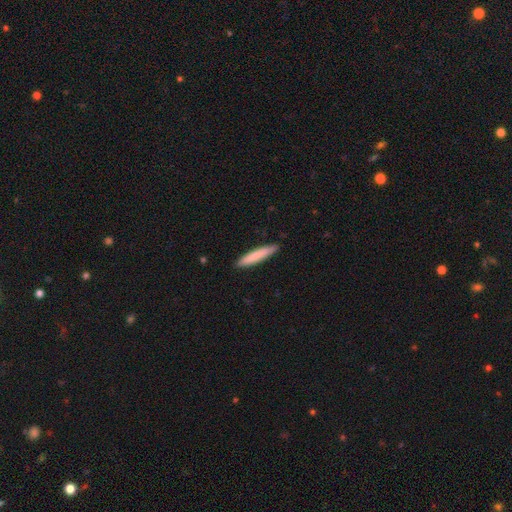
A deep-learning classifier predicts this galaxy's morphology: smooth_or_featured: smooth (p=0.80) [alt: featured or disk p=0.15]
how_rounded: cigar-shaped (p=0.91) [alt: in between p=0.08]
merging: none (p=0.90) [alt: minor disturbance p=0.08]